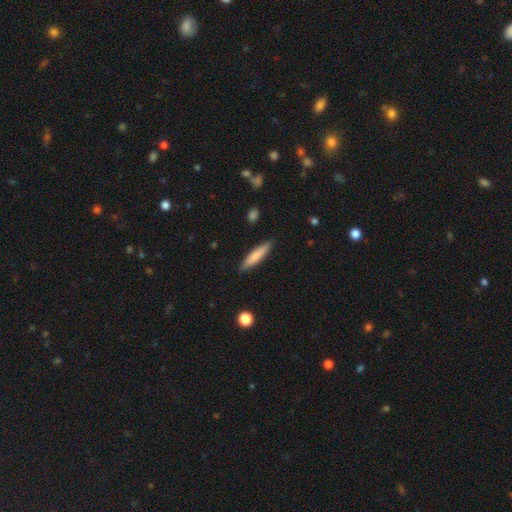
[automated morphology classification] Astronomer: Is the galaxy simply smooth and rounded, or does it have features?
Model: smooth — 76%.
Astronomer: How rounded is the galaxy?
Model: cigar-shaped — 82%.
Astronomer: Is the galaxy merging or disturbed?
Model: none — 88%.